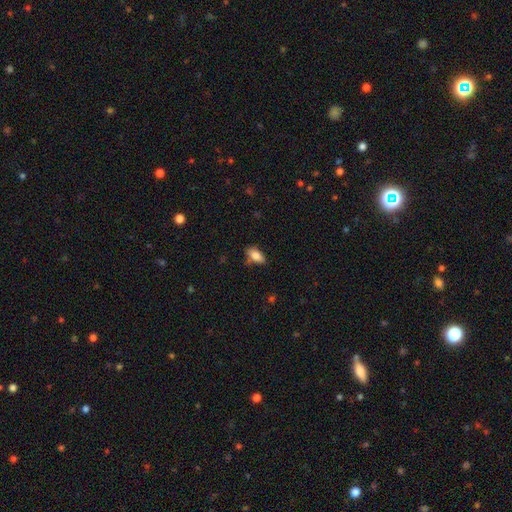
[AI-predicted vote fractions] Overall: smooth (78%). How rounded: in between (87%). Merging: none (65%).